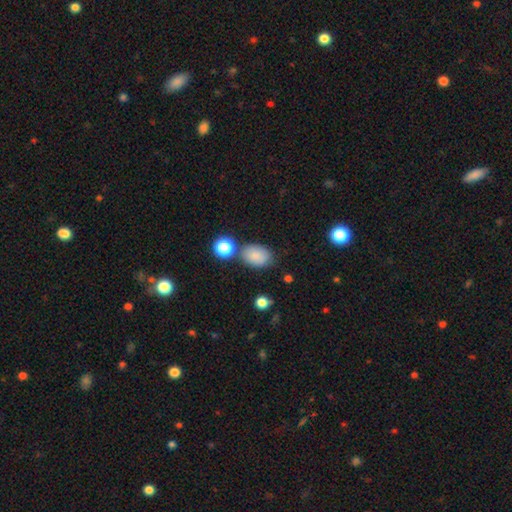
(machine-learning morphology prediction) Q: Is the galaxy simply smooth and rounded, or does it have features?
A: smooth — 83%.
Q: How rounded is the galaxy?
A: in between — 81%.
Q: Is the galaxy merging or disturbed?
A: none — 70%.